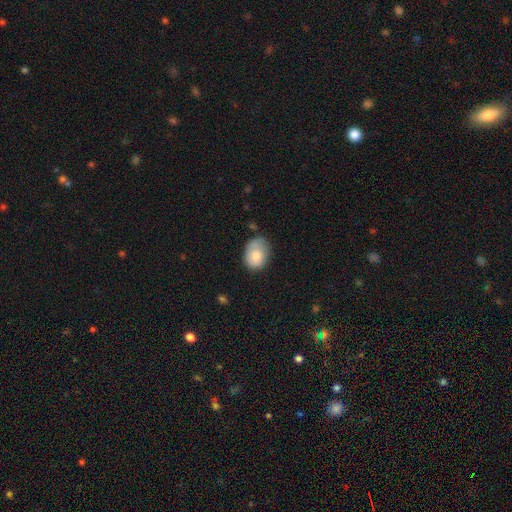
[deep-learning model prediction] This is likely a smooth galaxy (77%). How rounded: likely in between (68%). Merging: possibly none (53%).